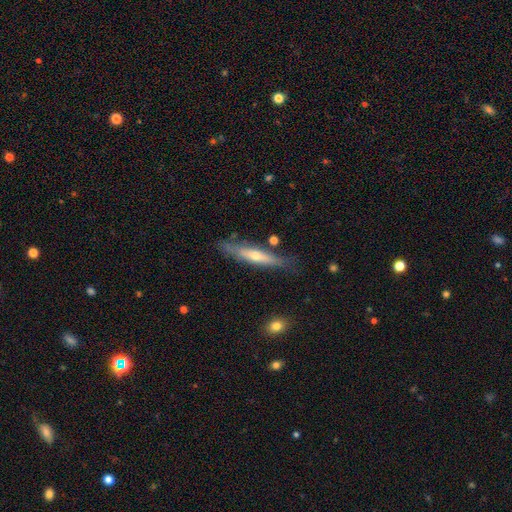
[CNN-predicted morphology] Smooth or featured? Predicted: featured or disk (p=0.61). Edge-on disk? Predicted: yes (p=0.88). Edge-on bulge? Predicted: rounded (p=0.77). Merging? Predicted: none (p=0.81).